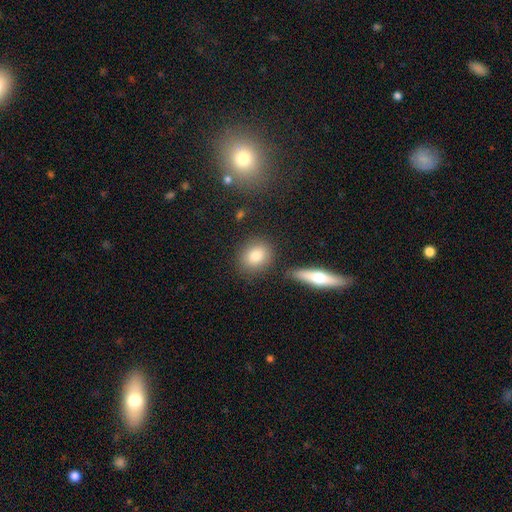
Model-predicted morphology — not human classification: Smooth or featured? smooth (81%)
How rounded? round (64%)
Merging? none (82%)